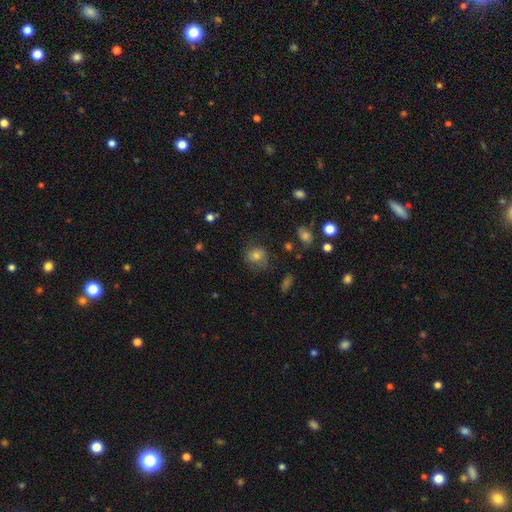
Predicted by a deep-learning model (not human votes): This is likely a smooth galaxy (65%). How rounded: likely round (77%). Merging: likely none (64%).